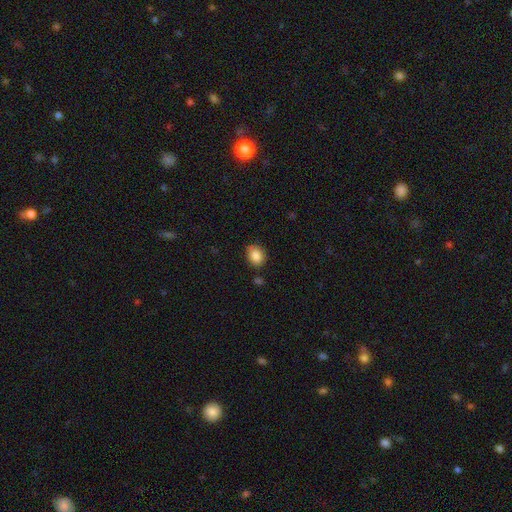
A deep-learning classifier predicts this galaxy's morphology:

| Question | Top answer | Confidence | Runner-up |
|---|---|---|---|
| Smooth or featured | smooth | 86% | star or artifact (9%) |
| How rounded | in between | 53% | round (46%) |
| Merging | none | 79% | minor disturbance (15%) |